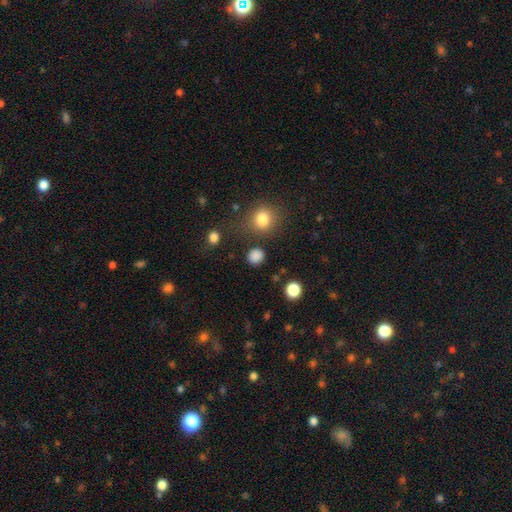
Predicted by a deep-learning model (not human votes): Morphology: type=smooth (83%); roundness=round (90%); merging=none (85%).